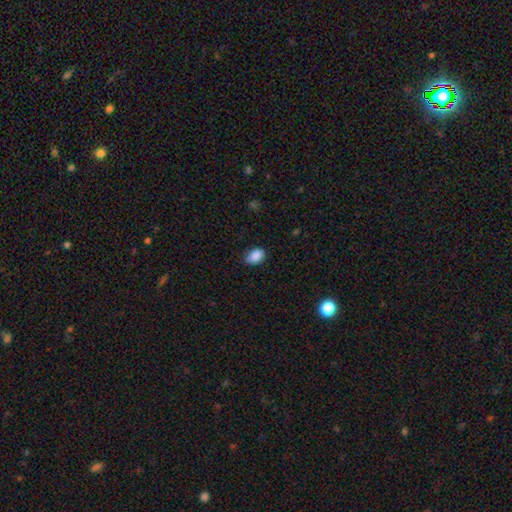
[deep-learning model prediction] The model was most divided on "merging": none: 78%, minor disturbance: 18%, major disturbance: 3%, merger: 1%. More confident: smooth or featured — smooth (88%); how rounded — in between (84%).